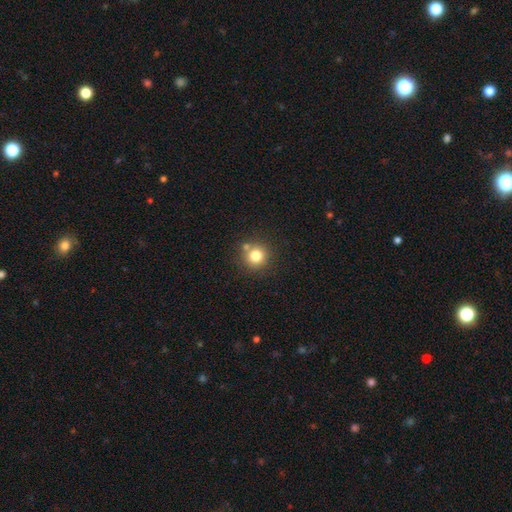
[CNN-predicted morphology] smooth-or-featured: smooth: 80% | star or artifact: 13% | featured or disk: 8%
  how-rounded: round: 93% | in between: 7% | cigar-shaped: 1%
  merging: none: 74% | merger: 14% | minor disturbance: 9% | major disturbance: 3%